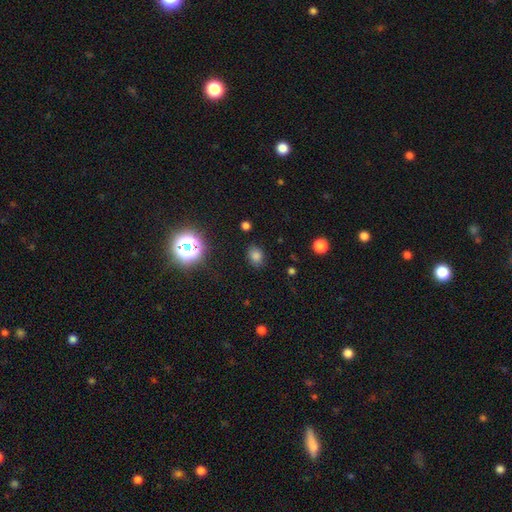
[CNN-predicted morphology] Smooth or featured?
  - smooth: 75% *
  - star or artifact: 19%
  - featured or disk: 6%
How rounded?
  - in between: 58% *
  - round: 41%
  - cigar-shaped: 1%
Merging?
  - none: 83% *
  - minor disturbance: 12%
  - major disturbance: 3%
  - merger: 2%